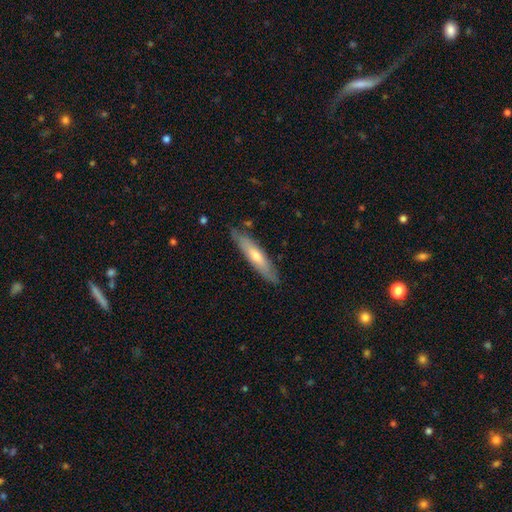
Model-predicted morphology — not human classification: A smooth galaxy with no disk features (53%) that is cigar-shaped (84%). Merging: none (82%).